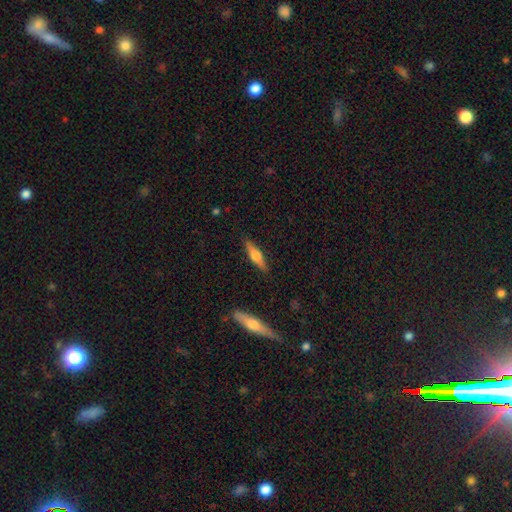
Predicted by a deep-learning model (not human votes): This is possibly a featured or disk galaxy (54%). It is clearly viewed edge-on (94%). Edge-on bulge: clearly rounded (92%). Merging: clearly none (89%).